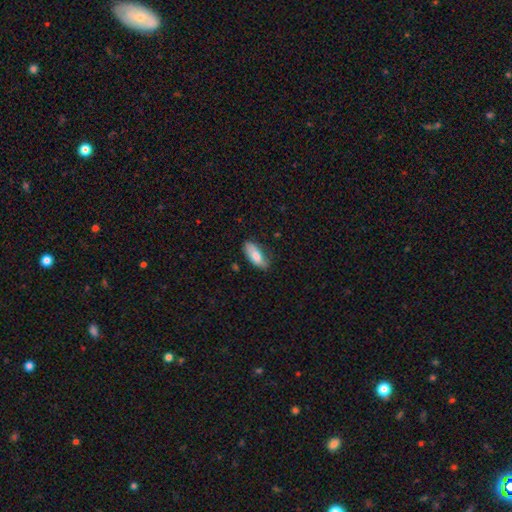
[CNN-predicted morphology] smooth_or_featured: smooth (p=0.76) [alt: featured or disk p=0.18]
how_rounded: in between (p=0.82) [alt: cigar-shaped p=0.16]
merging: none (p=0.71) [alt: minor disturbance p=0.23]